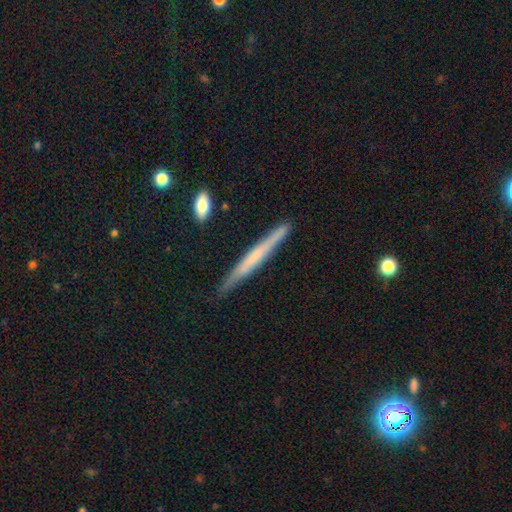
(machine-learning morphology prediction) A featured or disk galaxy (49%). Merging: none (85%).